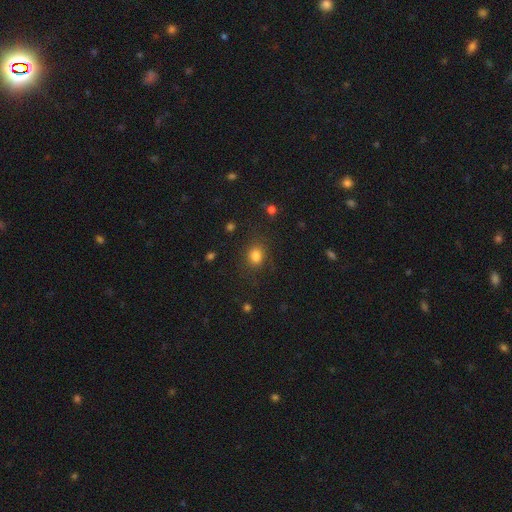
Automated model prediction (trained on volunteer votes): Overall: smooth (82%). How rounded: round (52%; in between 47%). Merging: none (78%).